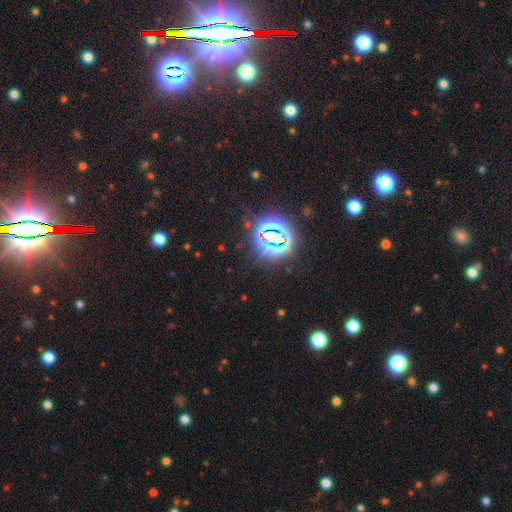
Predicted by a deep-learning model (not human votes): Smooth or featured? Predicted: star or artifact (p=0.77).